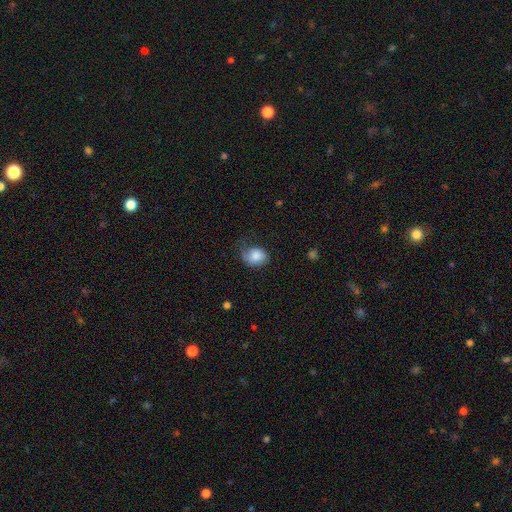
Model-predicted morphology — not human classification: Q: Smooth or featured?
A: smooth (77%); runner-up: featured or disk (15%)
Q: How rounded?
A: in between (56%); runner-up: round (43%)
Q: Merging?
A: none (47%); runner-up: minor disturbance (33%)